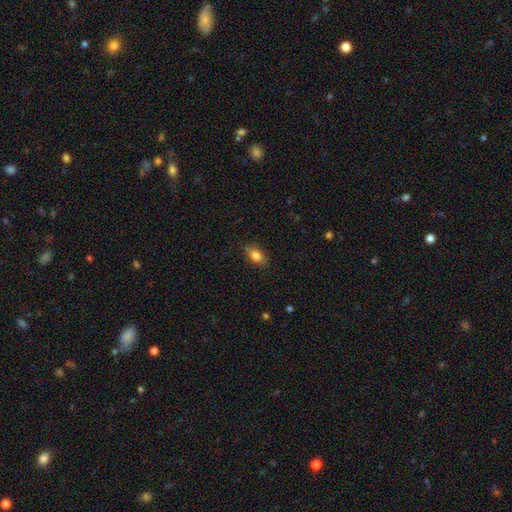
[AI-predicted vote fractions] smooth_or_featured: smooth (p=0.81) [alt: featured or disk p=0.11]
how_rounded: in between (p=0.85) [alt: round p=0.10]
merging: none (p=0.82) [alt: minor disturbance p=0.14]